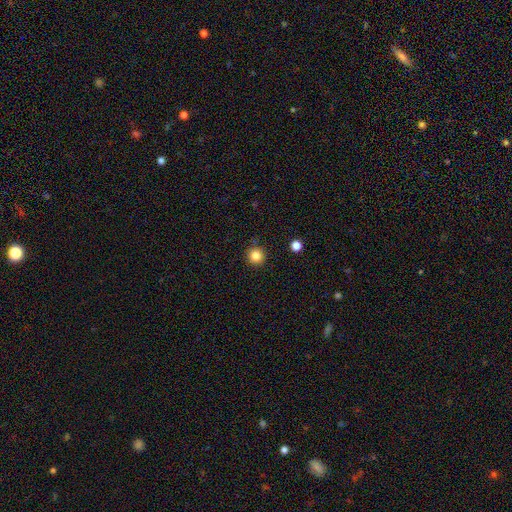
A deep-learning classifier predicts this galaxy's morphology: Q: Smooth or featured?
A: smooth (84%); runner-up: star or artifact (12%)
Q: How rounded?
A: round (96%); runner-up: in between (3%)
Q: Merging?
A: none (91%); runner-up: minor disturbance (6%)